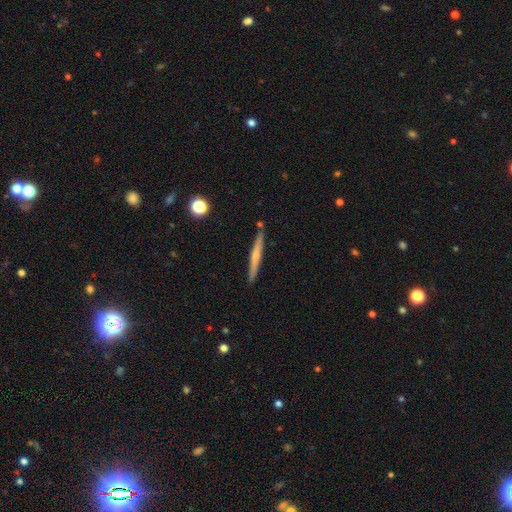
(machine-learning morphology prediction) Smooth or featured? Predicted: featured or disk (p=0.49). Merging? Predicted: none (p=0.89).